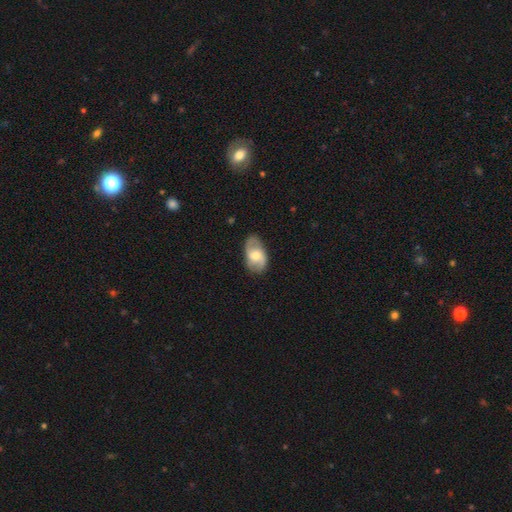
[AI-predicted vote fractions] smooth_or_featured: featured or disk (p=0.59) [alt: smooth p=0.34]
disk_edge_on: no (p=0.95) [alt: yes p=0.05]
bar: no (p=0.55) [alt: weak p=0.36]
has_spiral_arms: yes (p=0.83) [alt: no p=0.17]
bulge_size: moderate (p=0.63) [alt: small p=0.30]
merging: none (p=0.79) [alt: minor disturbance p=0.16]